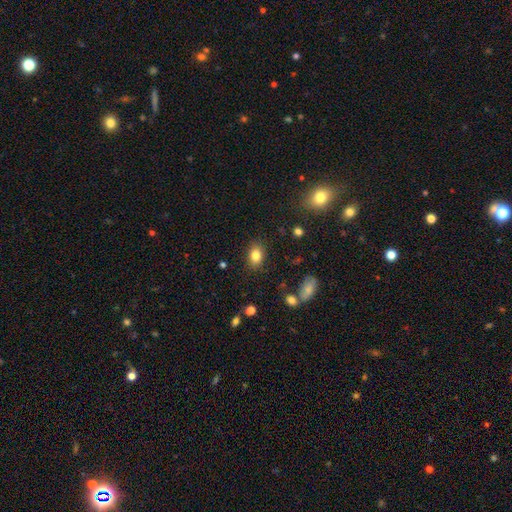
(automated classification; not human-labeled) Morphology: type=smooth (83%); roundness=in between (75%); merging=none (85%).